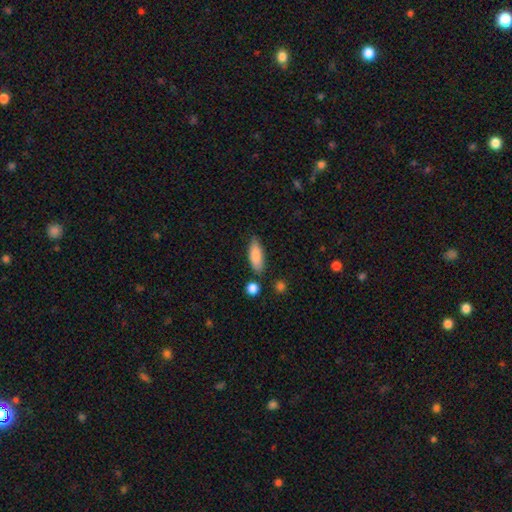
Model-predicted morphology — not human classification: Smooth or featured? Predicted: smooth (p=0.85). How rounded? Predicted: in between (p=0.71). Merging? Predicted: none (p=0.79).